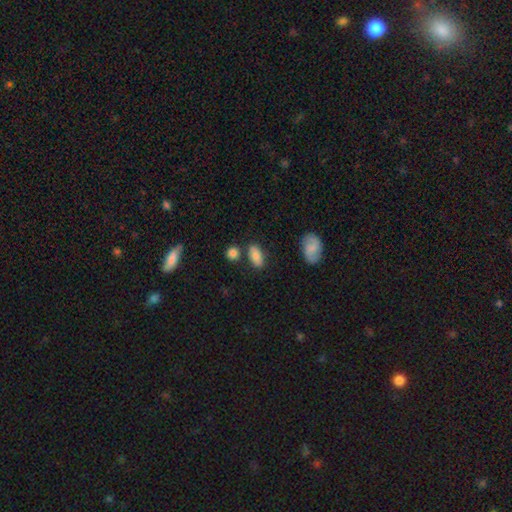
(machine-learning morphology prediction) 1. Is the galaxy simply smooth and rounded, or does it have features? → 79% smooth, 13% featured or disk, 9% star or artifact.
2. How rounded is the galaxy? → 88% in between, 7% round, 5% cigar-shaped.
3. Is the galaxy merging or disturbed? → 74% none, 14% minor disturbance, 9% merger, 4% major disturbance.